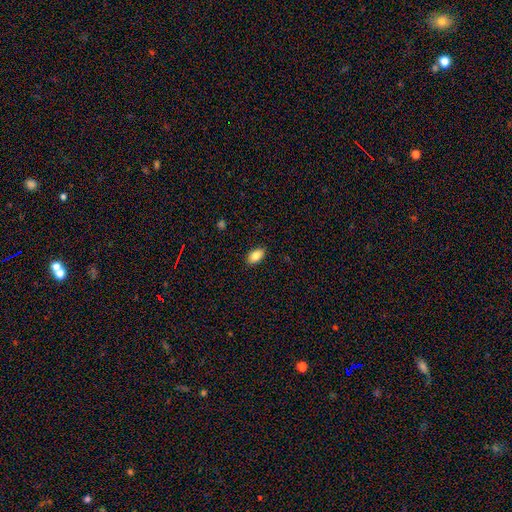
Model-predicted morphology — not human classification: The model was most divided on "smooth or featured": smooth: 85%, star or artifact: 8%, featured or disk: 7%. More confident: how rounded — in between (92%); merging — none (88%).